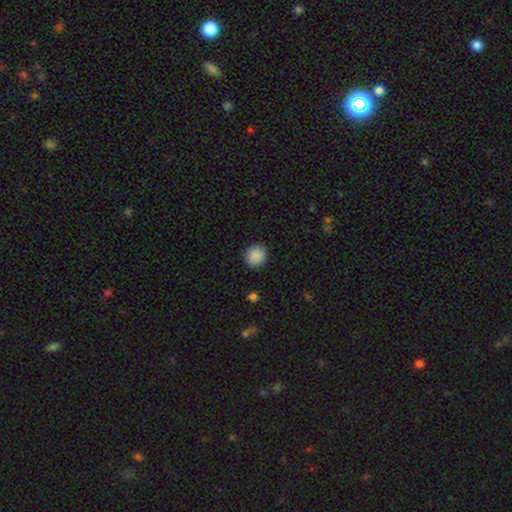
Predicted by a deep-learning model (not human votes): Smooth or featured? Predicted: smooth (p=0.89). How rounded? Predicted: round (p=0.87). Merging? Predicted: none (p=0.91).